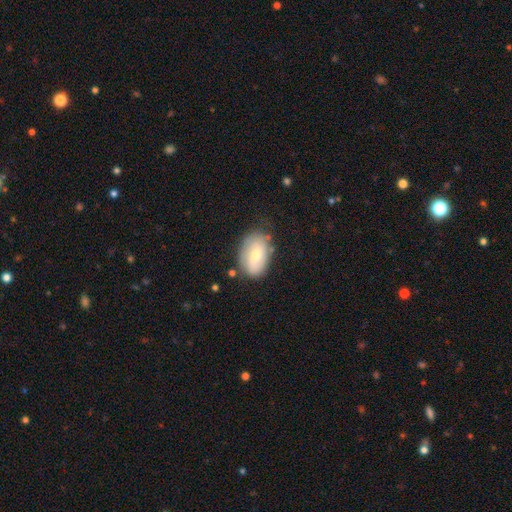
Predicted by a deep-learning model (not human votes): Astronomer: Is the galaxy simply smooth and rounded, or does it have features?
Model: smooth — 60%.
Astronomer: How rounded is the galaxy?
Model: in between — 89%.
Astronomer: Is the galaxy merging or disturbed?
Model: none — 67%.